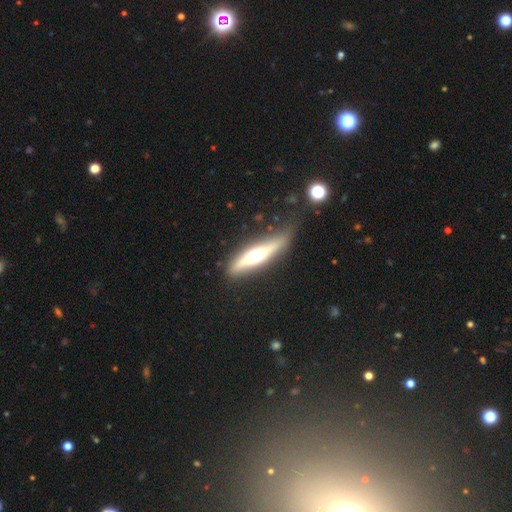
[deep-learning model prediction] The model was most divided on "smooth or featured": featured or disk: 59%, smooth: 36%, star or artifact: 5%. More confident: edge-on bulge — rounded (91%); edge-on disk — yes (86%); merging — none (71%).